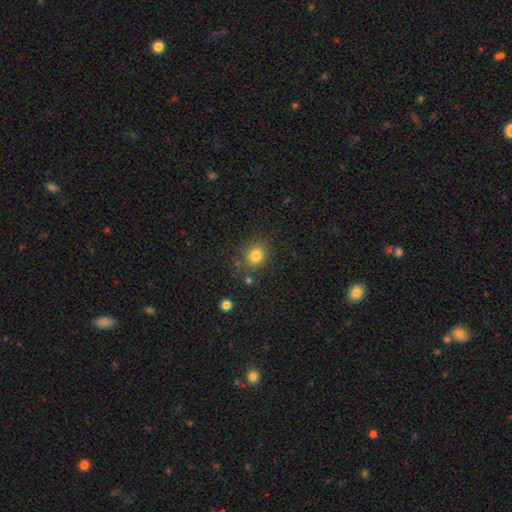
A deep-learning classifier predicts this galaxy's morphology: Smooth or featured? Predicted: smooth (p=0.82). How rounded? Predicted: round (p=0.75). Merging? Predicted: none (p=0.79).